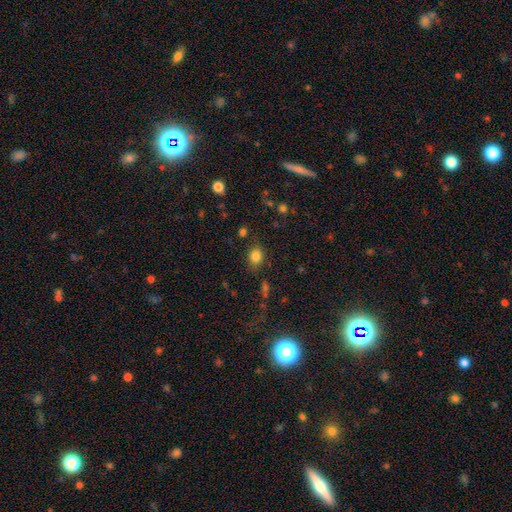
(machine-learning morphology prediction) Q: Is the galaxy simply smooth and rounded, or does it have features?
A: smooth — 83%.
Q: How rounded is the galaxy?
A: round — 53%.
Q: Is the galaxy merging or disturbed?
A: none — 78%.